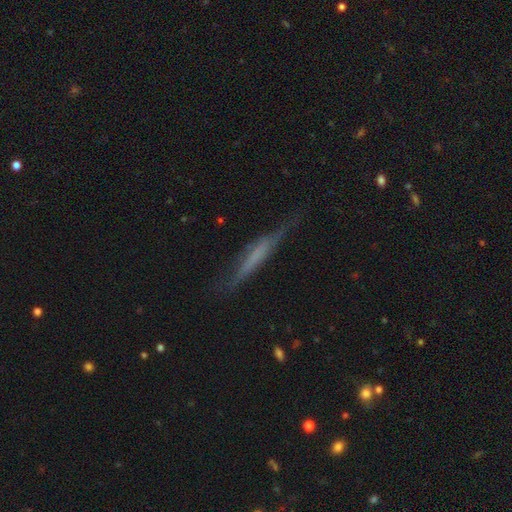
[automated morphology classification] This appears to be a featured or disk galaxy (54%) viewed edge-on (88%). Merging: none (64%).